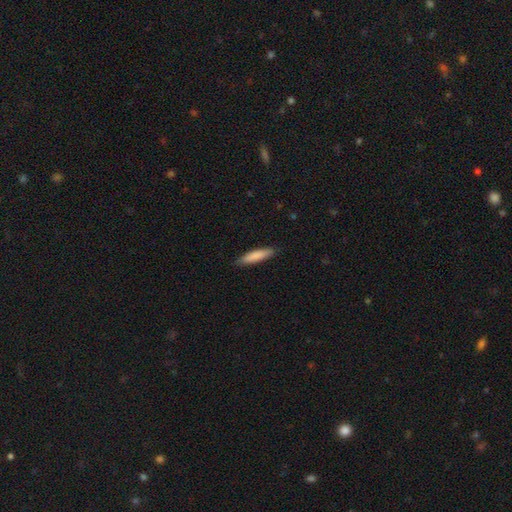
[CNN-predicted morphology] Q: Smooth or featured?
A: smooth (85%); runner-up: featured or disk (10%)
Q: How rounded?
A: cigar-shaped (81%); runner-up: in between (18%)
Q: Merging?
A: none (88%); runner-up: minor disturbance (9%)